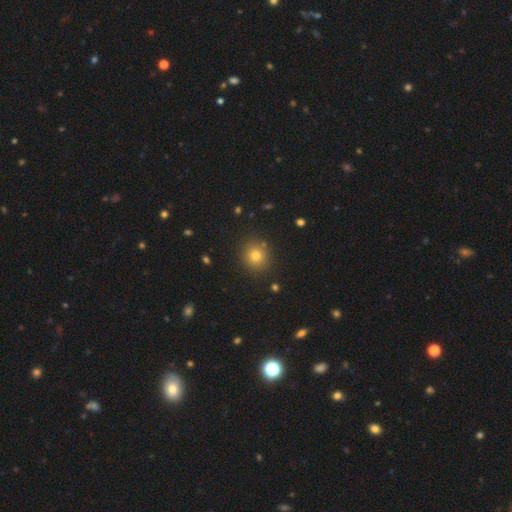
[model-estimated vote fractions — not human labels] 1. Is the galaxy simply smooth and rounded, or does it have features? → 76% smooth, 16% star or artifact, 8% featured or disk.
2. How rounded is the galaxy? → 88% round, 11% in between, 1% cigar-shaped.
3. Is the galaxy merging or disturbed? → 88% none, 7% minor disturbance, 2% merger, 2% major disturbance.